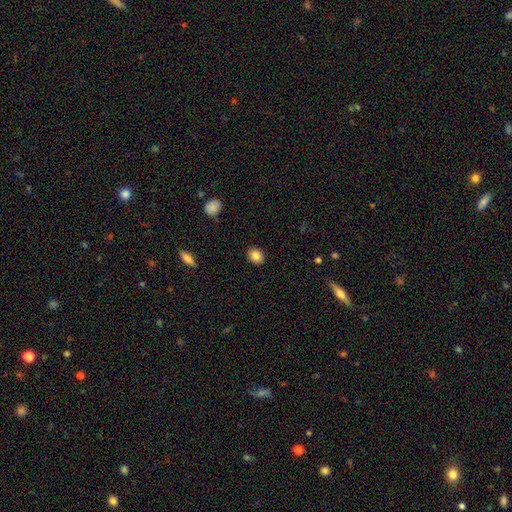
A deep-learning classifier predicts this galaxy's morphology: This is clearly a smooth galaxy (84%). How rounded: possibly in between (51%). Merging: clearly none (89%).